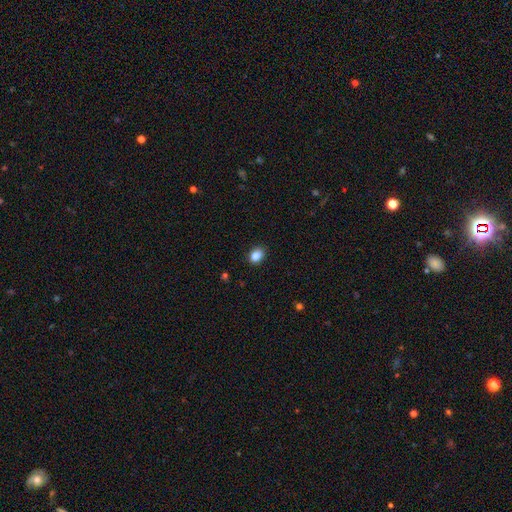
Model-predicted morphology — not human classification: Q: Smooth or featured?
A: smooth (86%); runner-up: star or artifact (10%)
Q: How rounded?
A: in between (61%); runner-up: round (38%)
Q: Merging?
A: none (88%); runner-up: minor disturbance (9%)